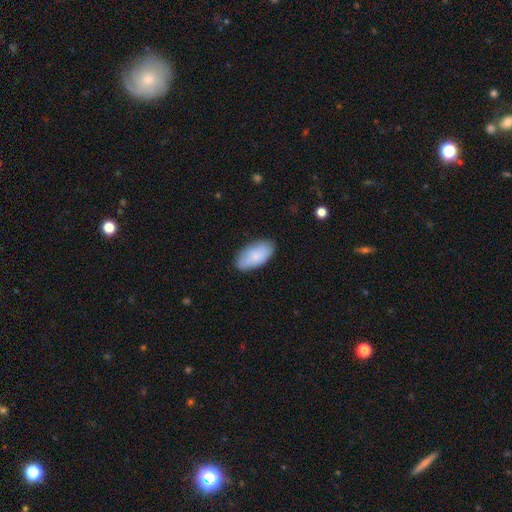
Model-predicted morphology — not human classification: A smooth galaxy with no disk features (82%) that is in between round and cigar-shaped (94%).

Vote fractions:
- Smooth or featured? smooth: 82% / featured or disk: 12% / star or artifact: 6%
- How rounded? in between: 94% / cigar-shaped: 4% / round: 2%
- Merging? none: 80% / minor disturbance: 16% / major disturbance: 3% / merger: 1%